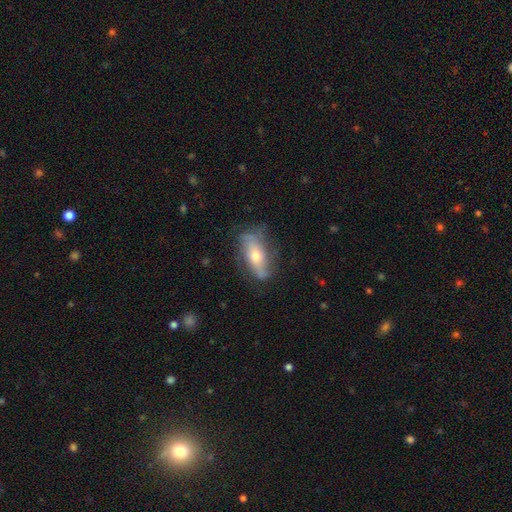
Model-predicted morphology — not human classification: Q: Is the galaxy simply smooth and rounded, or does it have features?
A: featured or disk — 58%.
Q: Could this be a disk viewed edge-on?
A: no — 73%.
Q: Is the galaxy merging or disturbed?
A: none — 67%.